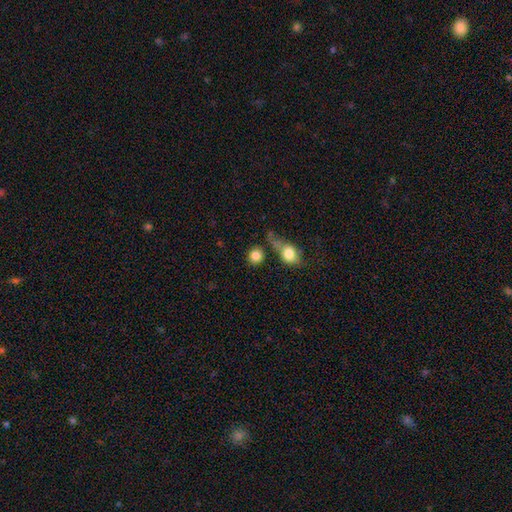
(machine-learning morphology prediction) smooth 83%, star or artifact 9%, featured or disk 8%. Down the decision tree: how rounded — round (85%); merging — none (66%).